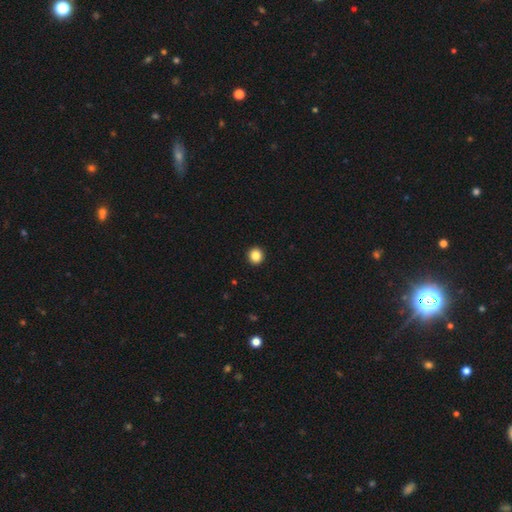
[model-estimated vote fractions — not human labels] Smooth or featured?
  - smooth: 86% *
  - star or artifact: 10%
  - featured or disk: 4%
How rounded?
  - round: 93% *
  - in between: 6%
  - cigar-shaped: 1%
Merging?
  - none: 94% *
  - minor disturbance: 4%
  - major disturbance: 1%
  - merger: 1%